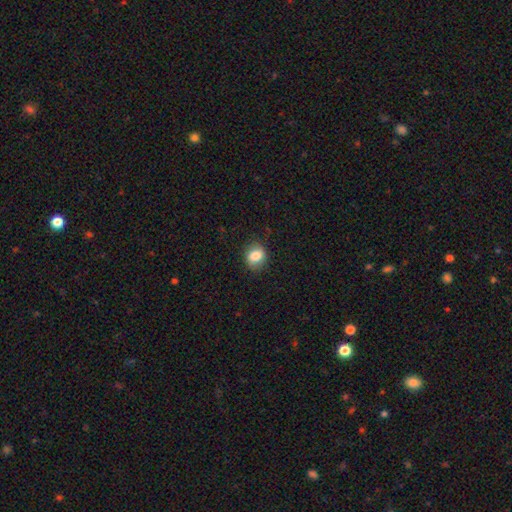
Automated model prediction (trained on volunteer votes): Morphology: type=smooth (82%); roundness=round (58%); merging=none (83%).